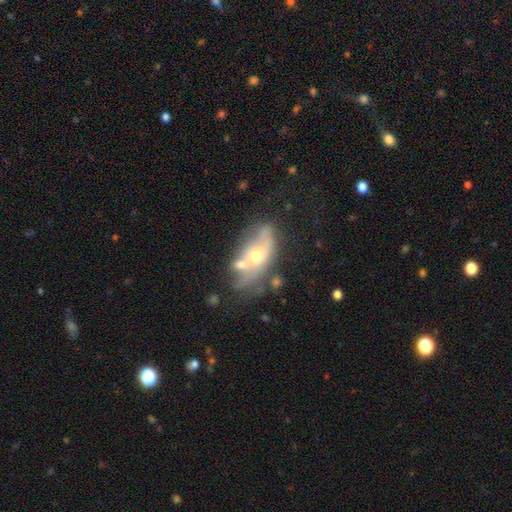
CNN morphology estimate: Smooth or featured?
  - featured or disk: 58% *
  - smooth: 33%
  - star or artifact: 9%
Edge-on disk?
  - no: 85% *
  - yes: 15%
Merging?
  - none: 33% *
  - merger: 32%
  - minor disturbance: 19%
  - major disturbance: 15%